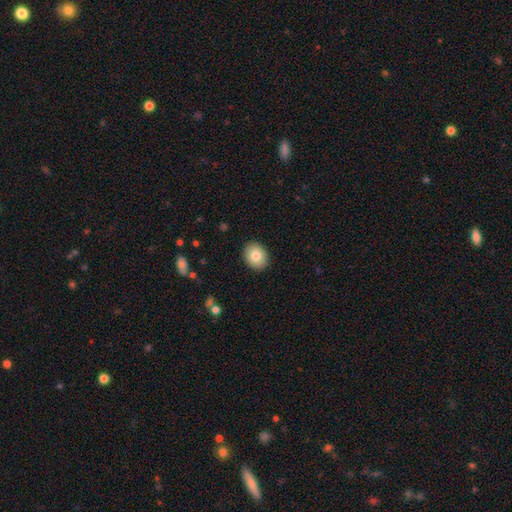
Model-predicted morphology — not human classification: Overall: smooth (82%). How rounded: in between (50%; round 49%). Merging: none (90%).